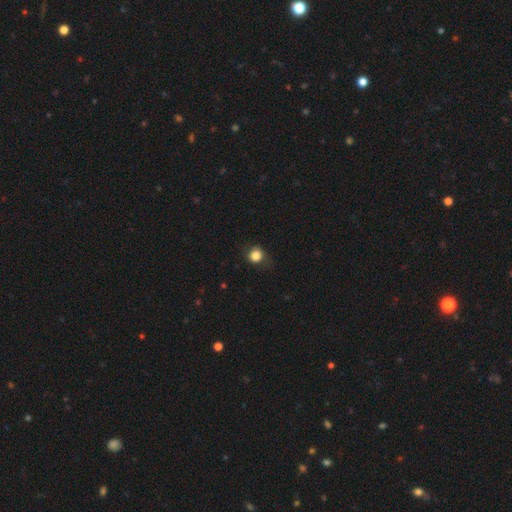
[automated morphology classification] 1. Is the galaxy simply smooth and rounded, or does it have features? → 83% smooth, 11% star or artifact, 7% featured or disk.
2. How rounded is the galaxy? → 81% round, 18% in between, 1% cigar-shaped.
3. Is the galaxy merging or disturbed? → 74% none, 18% minor disturbance, 7% major disturbance, 1% merger.